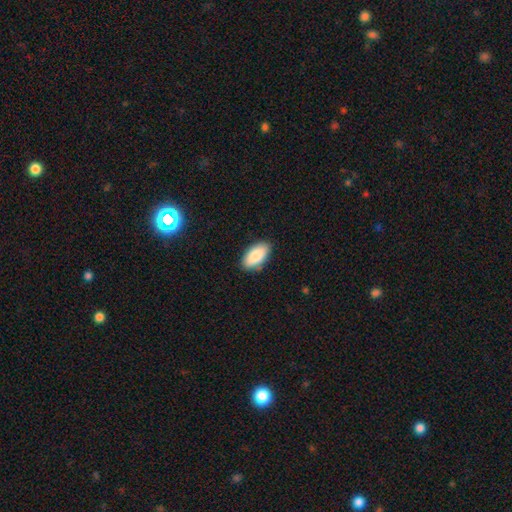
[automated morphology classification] A smooth galaxy with no disk features (87%) that is in between round and cigar-shaped (94%). Merging: none (85%).